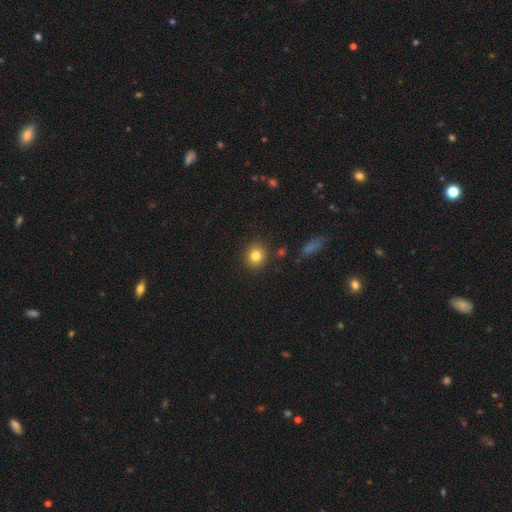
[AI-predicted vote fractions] A smooth galaxy with no disk features (81%) that is round (83%).

Vote fractions:
- Smooth or featured? smooth: 81% / star or artifact: 11% / featured or disk: 8%
- How rounded? round: 83% / in between: 16% / cigar-shaped: 1%
- Merging? none: 87% / minor disturbance: 8% / merger: 3% / major disturbance: 2%